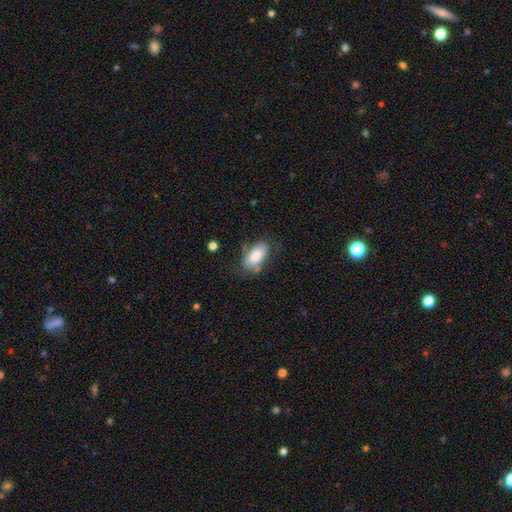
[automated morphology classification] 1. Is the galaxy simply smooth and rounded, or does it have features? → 78% smooth, 15% featured or disk, 7% star or artifact.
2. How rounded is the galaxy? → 92% in between, 4% cigar-shaped, 3% round.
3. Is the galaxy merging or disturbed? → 63% none, 25% minor disturbance, 9% major disturbance, 4% merger.